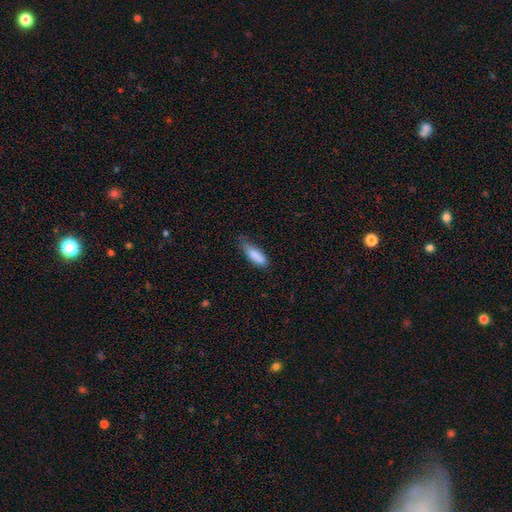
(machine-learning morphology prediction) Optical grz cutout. It shows a smooth galaxy with no disk features (84%) that is in between round and cigar-shaped (54%). Merging: minor disturbance (43%).